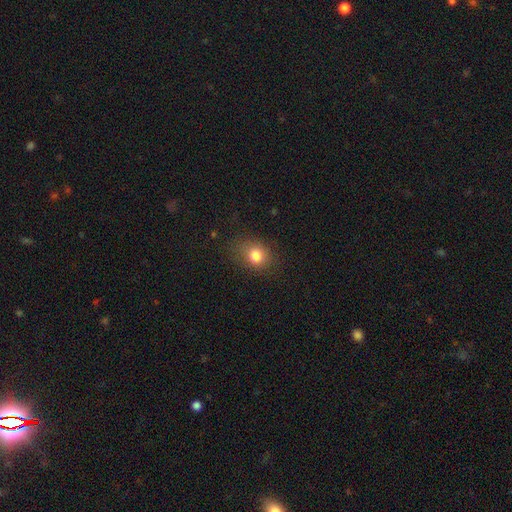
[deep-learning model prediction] smooth_or_featured: smooth (p=0.81) [alt: star or artifact p=0.11]
how_rounded: round (p=0.52) [alt: in between p=0.47]
merging: none (p=0.73) [alt: minor disturbance p=0.18]